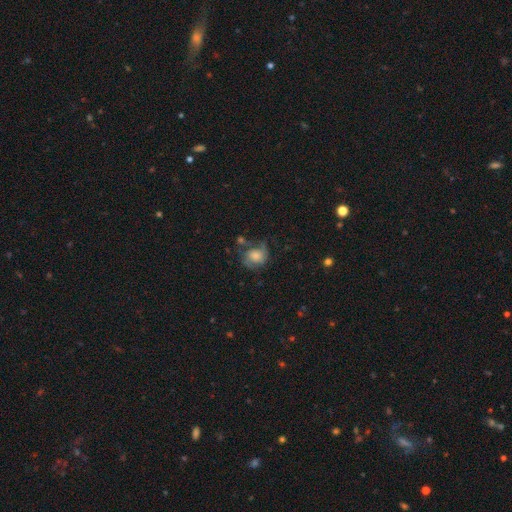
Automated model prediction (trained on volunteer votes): smooth_or_featured: smooth (p=0.52) [alt: featured or disk p=0.39]
how_rounded: round (p=0.67) [alt: in between p=0.32]
merging: none (p=0.44) [alt: minor disturbance p=0.27]